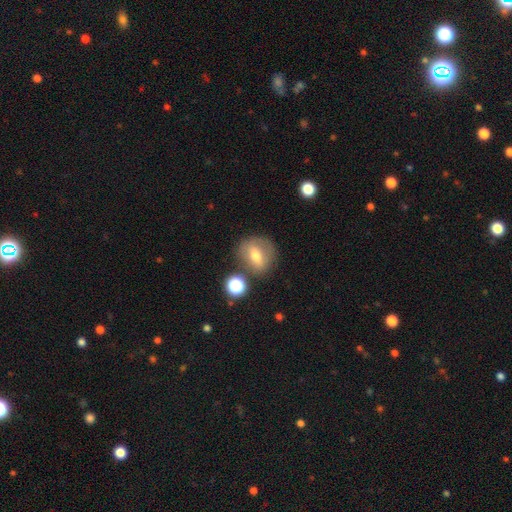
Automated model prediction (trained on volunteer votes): smooth-or-featured: smooth: 55% | featured or disk: 34% | star or artifact: 11%
  how-rounded: round: 65% | in between: 33% | cigar-shaped: 2%
  merging: none: 69% | minor disturbance: 17% | merger: 8% | major disturbance: 6%